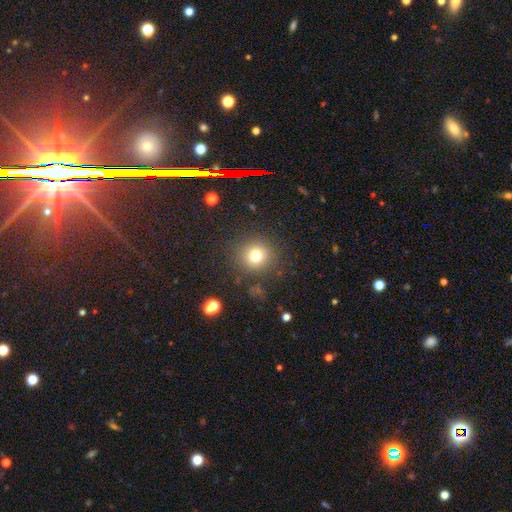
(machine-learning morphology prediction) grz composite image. It shows a smooth galaxy with no disk features (76%) that is round (91%). Merging: none (86%).